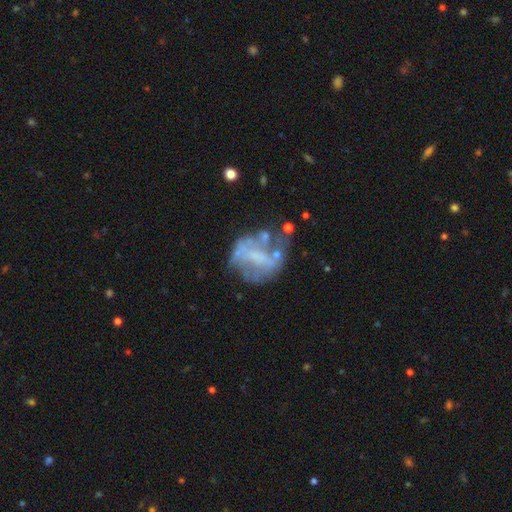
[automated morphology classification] Smooth or featured?
  - featured or disk: 64% *
  - smooth: 24%
  - star or artifact: 12%
Edge-on disk?
  - no: 97% *
  - yes: 3%
Bar?
  - no: 55% *
  - weak: 29%
  - strong: 16%
Spiral arms?
  - no: 72% *
  - yes: 28%
Bulge size?
  - none: 58% *
  - small: 21%
  - moderate: 16%
  - large: 3%
  - dominant: 1%
Merging?
  - none: 42% *
  - major disturbance: 27%
  - minor disturbance: 21%
  - merger: 10%